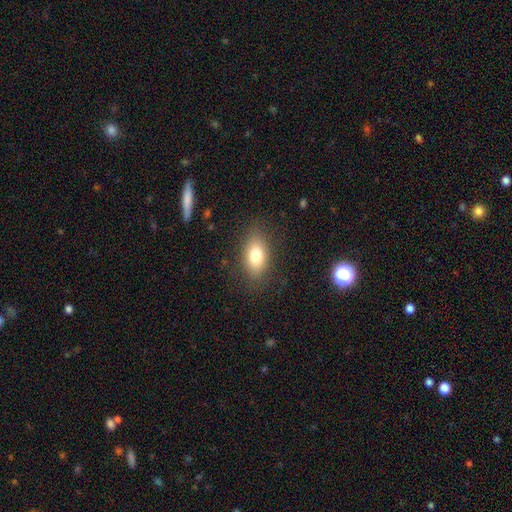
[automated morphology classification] This appears to be a smooth galaxy with no disk features (78%) that is in between round and cigar-shaped (87%). Merging: none (83%).